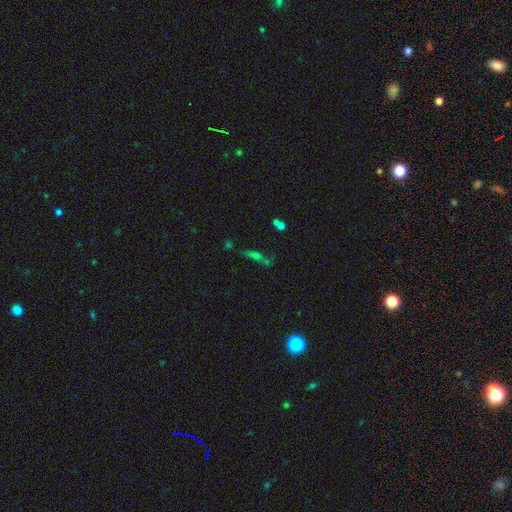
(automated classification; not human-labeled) Morphology: type=featured or disk (38%); merging=none (63%).